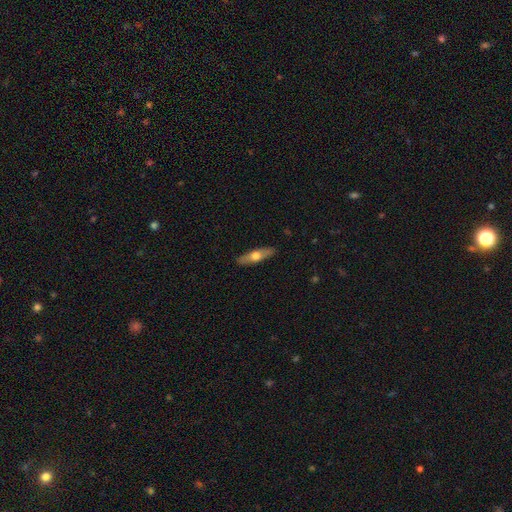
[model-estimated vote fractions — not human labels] smooth_or_featured: smooth (p=0.50) [alt: featured or disk p=0.44]
how_rounded: cigar-shaped (p=0.63) [alt: in between p=0.34]
merging: none (p=0.89) [alt: minor disturbance p=0.08]